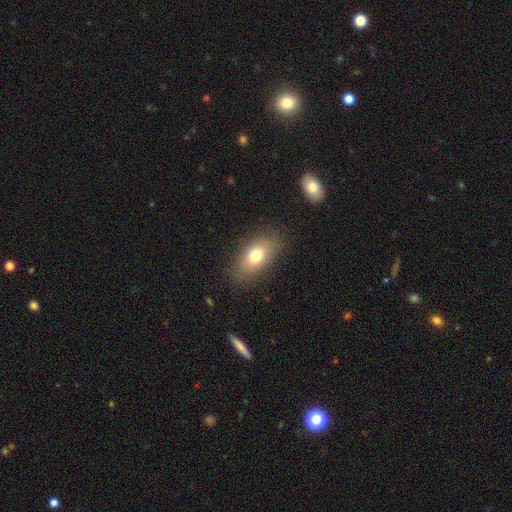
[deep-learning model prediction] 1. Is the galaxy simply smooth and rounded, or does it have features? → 72% smooth, 18% featured or disk, 10% star or artifact.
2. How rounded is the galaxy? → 84% in between, 10% round, 6% cigar-shaped.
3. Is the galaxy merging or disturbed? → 82% none, 12% minor disturbance, 4% major disturbance, 1% merger.